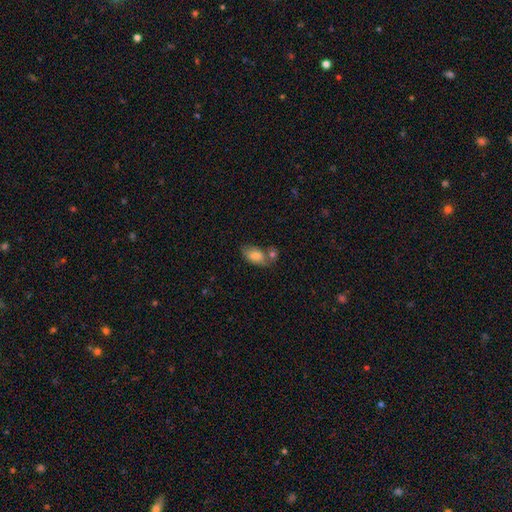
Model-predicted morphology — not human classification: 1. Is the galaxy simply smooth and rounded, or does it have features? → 78% smooth, 14% featured or disk, 8% star or artifact.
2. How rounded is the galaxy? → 91% in between, 6% round, 3% cigar-shaped.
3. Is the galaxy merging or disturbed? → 44% none, 30% merger, 19% minor disturbance, 7% major disturbance.